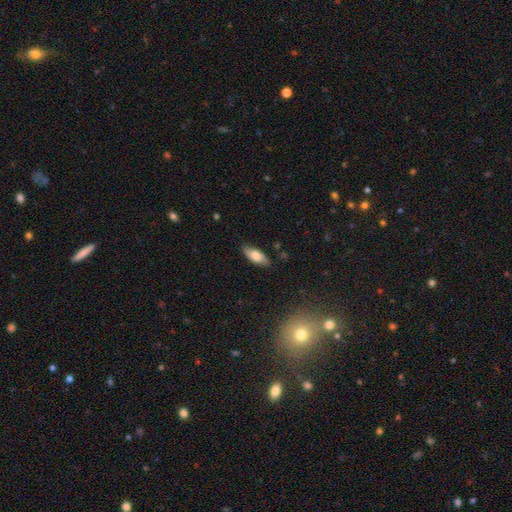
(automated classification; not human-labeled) Smooth or featured: smooth — 75% (featured or disk — 18%)
How rounded: in between — 78% (cigar-shaped — 19%)
Merging: none — 83% (minor disturbance — 13%)